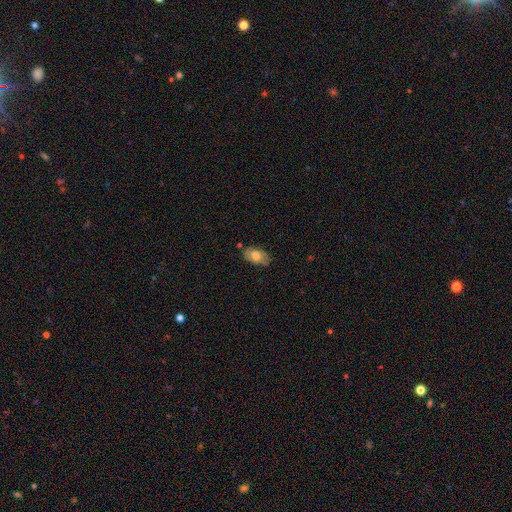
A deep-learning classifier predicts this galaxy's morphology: This is likely a smooth galaxy (70%). How rounded: clearly in between (93%). Merging: likely none (76%).